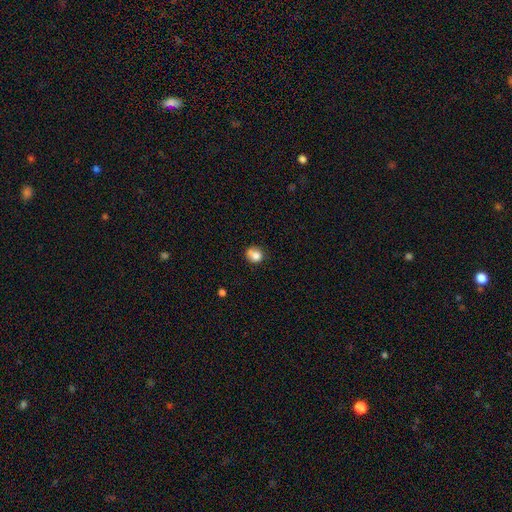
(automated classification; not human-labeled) Morphology: type=smooth (79%); roundness=round (72%); merging=none (54%).